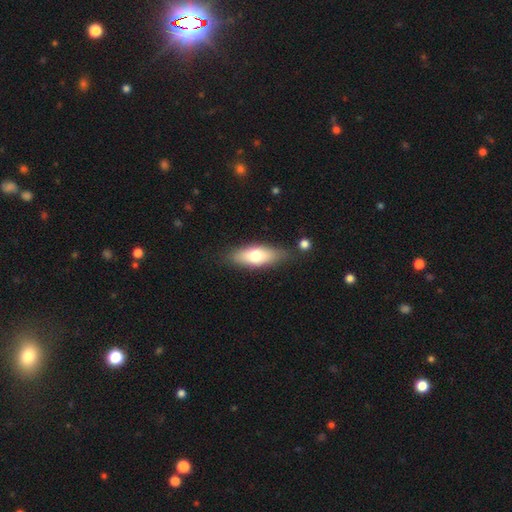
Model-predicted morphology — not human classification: Q: Smooth or featured?
A: smooth (67%); runner-up: featured or disk (26%)
Q: How rounded?
A: in between (69%); runner-up: cigar-shaped (28%)
Q: Merging?
A: none (78%); runner-up: minor disturbance (15%)